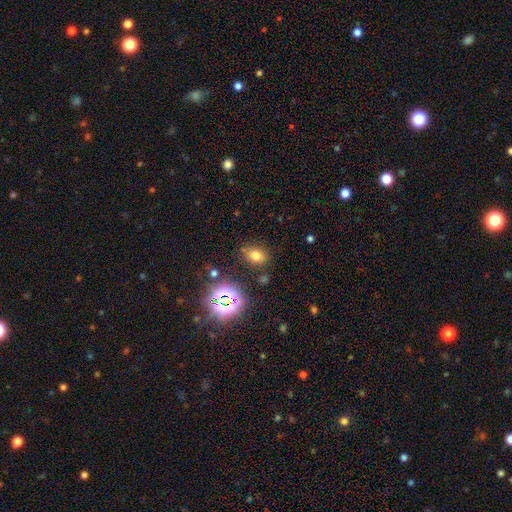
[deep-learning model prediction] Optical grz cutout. It shows a smooth galaxy with no disk features (68%) that is in between round and cigar-shaped (64%). Merging: none (77%).